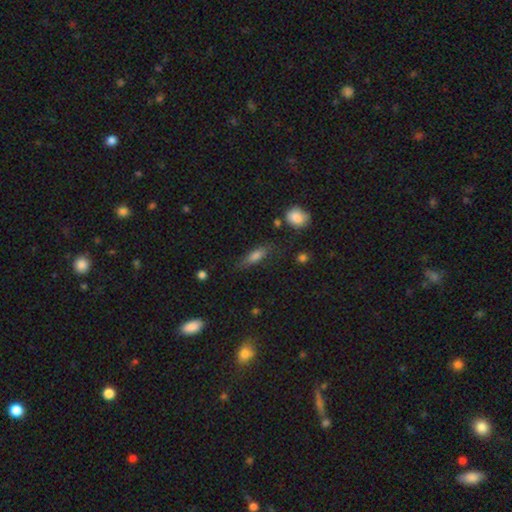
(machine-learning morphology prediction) Smooth or featured?
  - smooth: 70% *
  - featured or disk: 20%
  - star or artifact: 10%
How rounded?
  - in between: 52% *
  - cigar-shaped: 44%
  - round: 4%
Merging?
  - none: 71% *
  - minor disturbance: 19%
  - major disturbance: 7%
  - merger: 3%